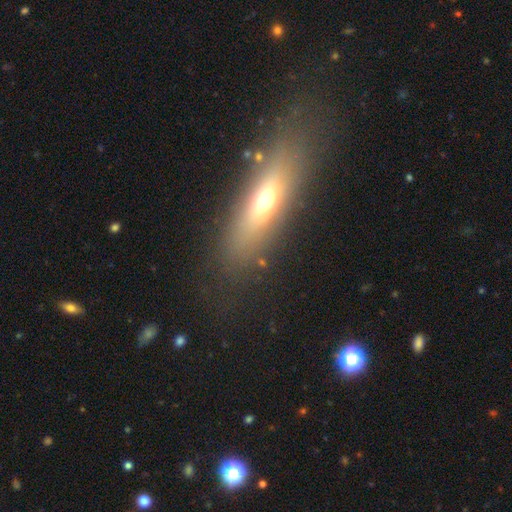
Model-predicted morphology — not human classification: type=smooth (52%); roundness=cigar-shaped (56%); merging=none (78%).